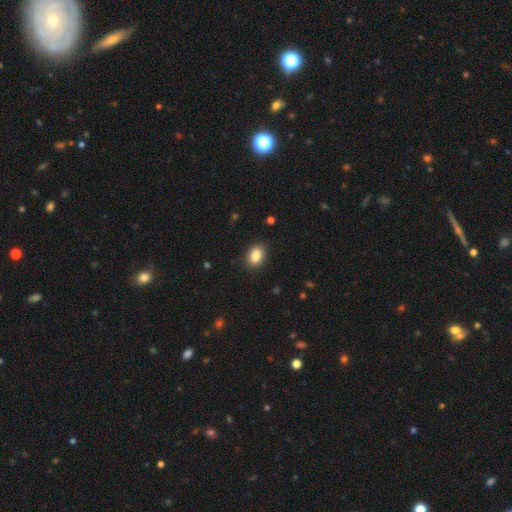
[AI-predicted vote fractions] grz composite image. It shows a smooth galaxy with no disk features (86%) that is in between round and cigar-shaped (80%). Merging: none (88%).